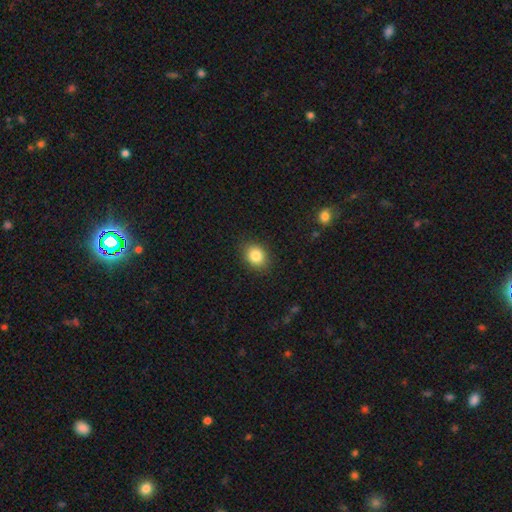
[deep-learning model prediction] The model was most divided on "how rounded": round: 50%, in between: 49%, cigar-shaped: 1%. More confident: merging — none (87%); smooth or featured — smooth (84%).